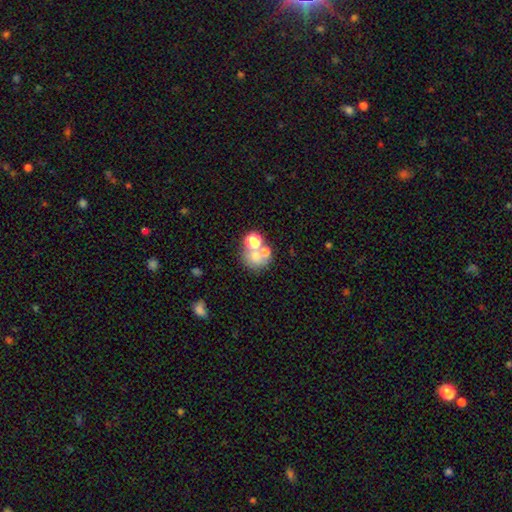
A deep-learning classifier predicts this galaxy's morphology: smooth 62%, featured or disk 21%, star or artifact 17%. Down the decision tree: how rounded — round (76%); merging — merger (49%).